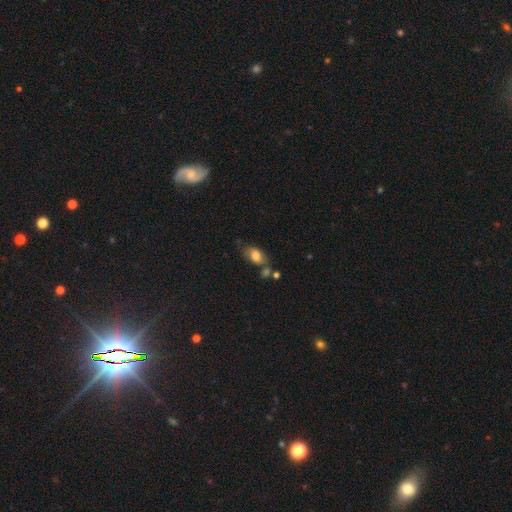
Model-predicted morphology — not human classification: Smooth or featured? Predicted: smooth (p=0.74). How rounded? Predicted: in between (p=0.87). Merging? Predicted: none (p=0.50).